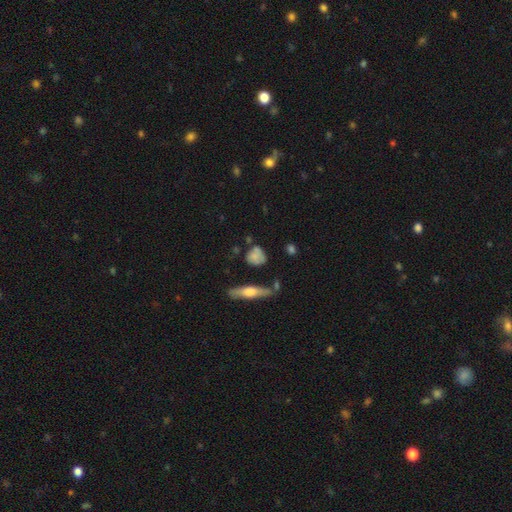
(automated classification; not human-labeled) smooth 70%, featured or disk 21%, star or artifact 9%. Down the decision tree: how rounded — round (65%); merging — none (62%).